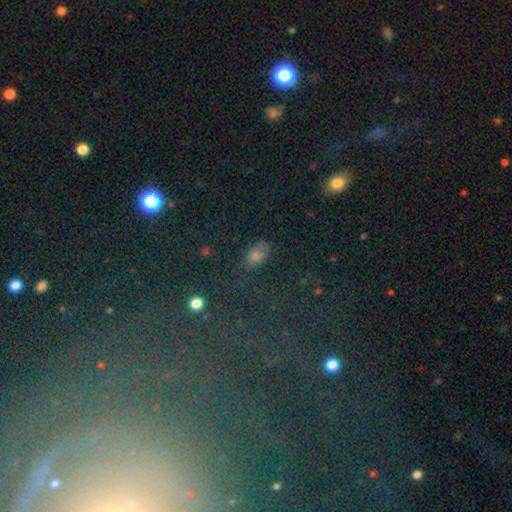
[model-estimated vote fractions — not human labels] The model was most divided on "smooth or featured": star or artifact: 44%, smooth: 40%, featured or disk: 16%.